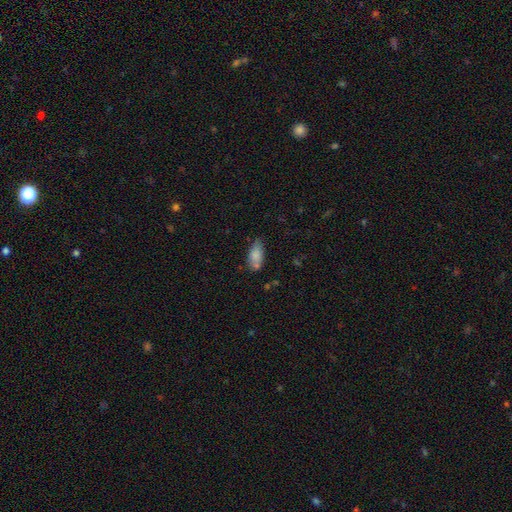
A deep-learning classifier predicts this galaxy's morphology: A smooth galaxy with no disk features (81%) that is in between round and cigar-shaped (88%). Merging: none (56%).